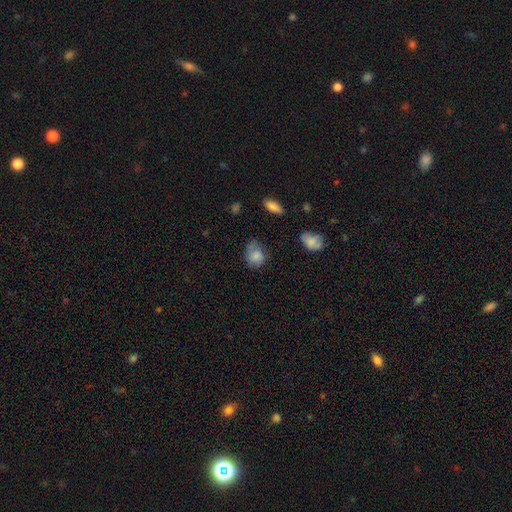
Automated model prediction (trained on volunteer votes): Smooth or featured?
  - smooth: 78% *
  - featured or disk: 13%
  - star or artifact: 9%
How rounded?
  - in between: 57% *
  - round: 42%
  - cigar-shaped: 1%
Merging?
  - none: 52% *
  - minor disturbance: 33%
  - major disturbance: 12%
  - merger: 3%